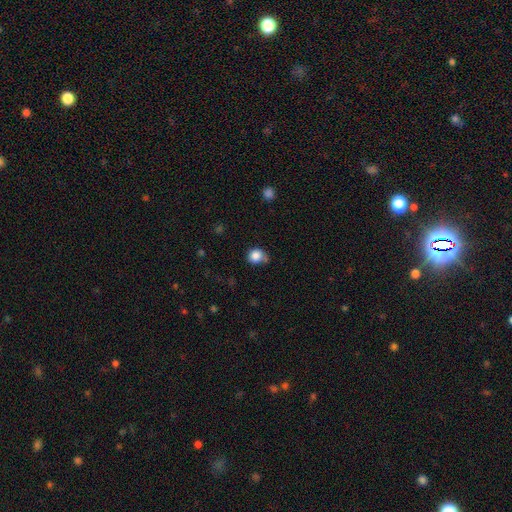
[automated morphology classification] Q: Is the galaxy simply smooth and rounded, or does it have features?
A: smooth — 85%.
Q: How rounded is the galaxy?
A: round — 80%.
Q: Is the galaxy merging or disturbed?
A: none — 55%.